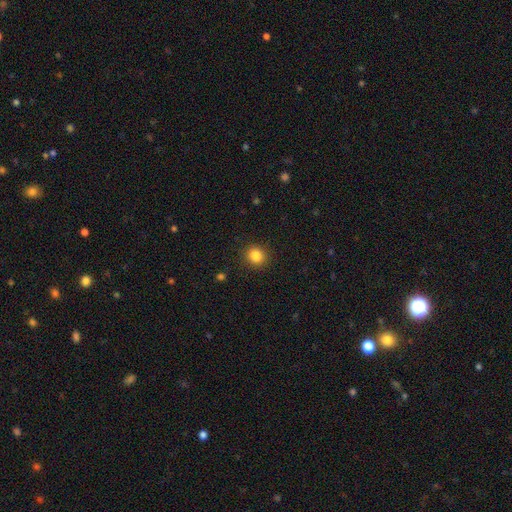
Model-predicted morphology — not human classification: This appears to be a smooth galaxy with no disk features (85%) that is round (85%). Merging: none (90%).